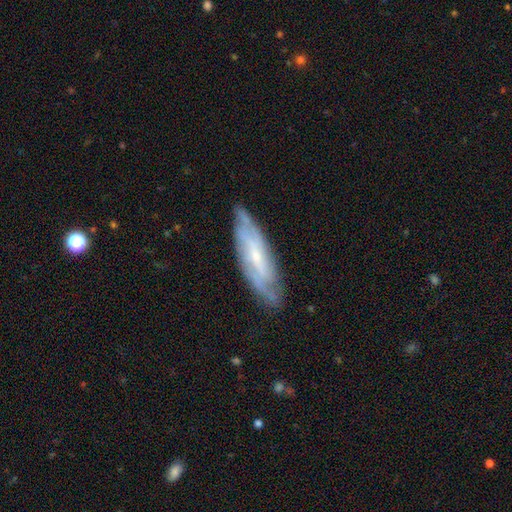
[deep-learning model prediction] Smooth or featured? Predicted: featured or disk (p=0.72). Edge-on disk? Predicted: no (p=0.73). Bar? Predicted: no (p=0.43). Spiral arms? Predicted: yes (p=0.87). Bulge size? Predicted: small (p=0.67). Merging? Predicted: none (p=0.76).